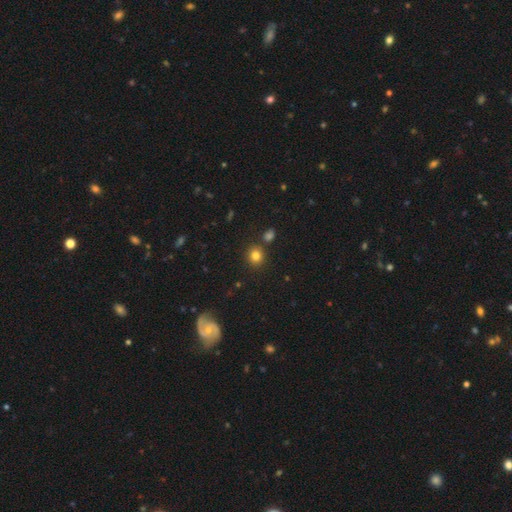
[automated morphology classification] type=smooth (81%); roundness=round (83%); merging=none (82%).